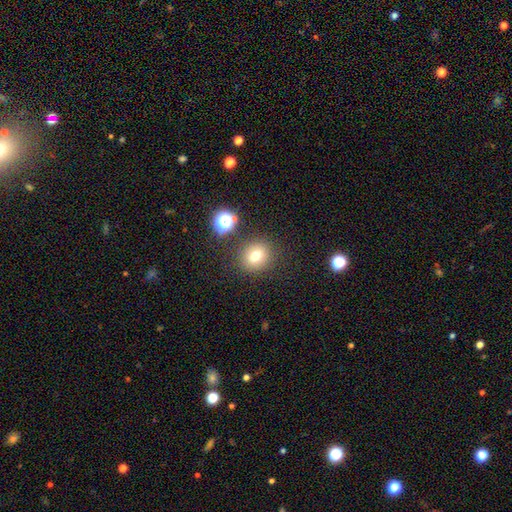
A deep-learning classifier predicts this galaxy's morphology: Overall: smooth (74%). How rounded: round (79%). Merging: none (83%).